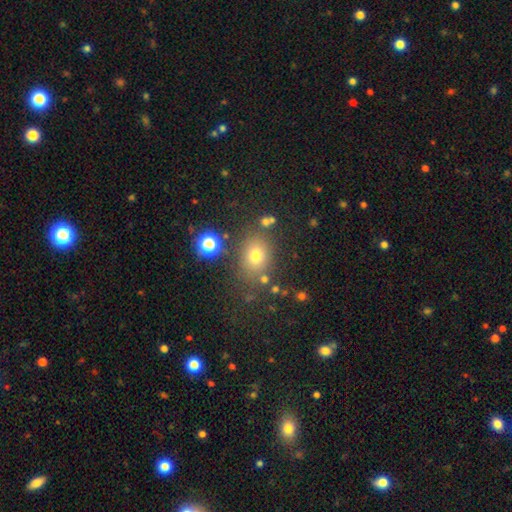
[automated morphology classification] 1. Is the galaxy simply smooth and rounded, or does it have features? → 71% smooth, 19% star or artifact, 11% featured or disk.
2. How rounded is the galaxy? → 52% in between, 47% round, 1% cigar-shaped.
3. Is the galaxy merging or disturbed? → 77% none, 12% minor disturbance, 6% merger, 5% major disturbance.